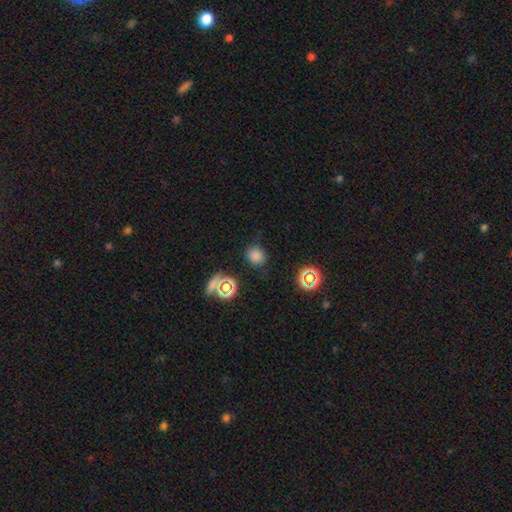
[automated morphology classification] Overall: smooth (75%). How rounded: round (79%). Merging: none (78%).